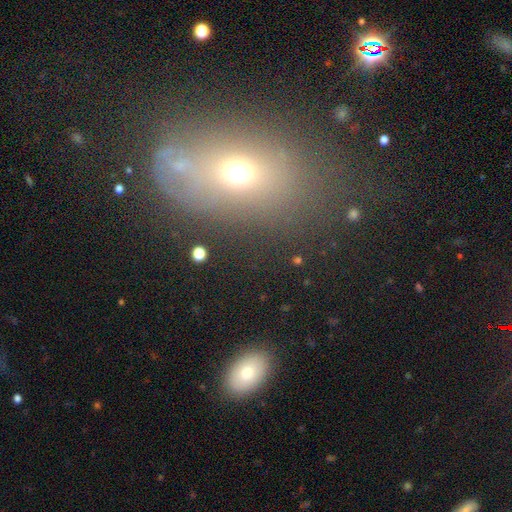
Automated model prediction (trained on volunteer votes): Smooth or featured? Predicted: smooth (p=0.53). How rounded? Predicted: in between (p=0.69). Merging? Predicted: none (p=0.66).